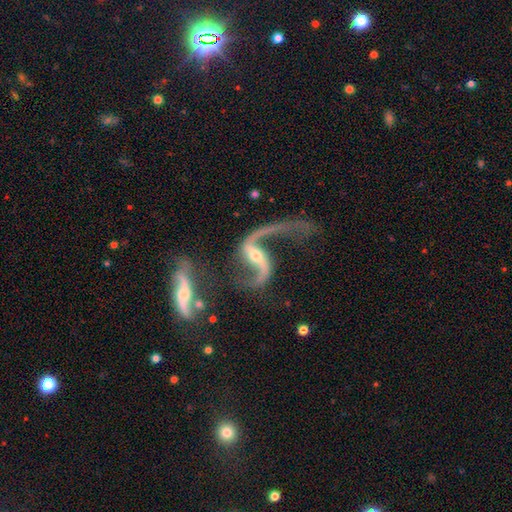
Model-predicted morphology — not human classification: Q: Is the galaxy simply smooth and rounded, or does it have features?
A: featured or disk — 90%.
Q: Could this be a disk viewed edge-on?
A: no — 94%.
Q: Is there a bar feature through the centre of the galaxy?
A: strong — 39%.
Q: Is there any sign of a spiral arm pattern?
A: yes — 94%.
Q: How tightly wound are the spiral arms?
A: loose — 88%.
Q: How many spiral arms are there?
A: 2 — 88%.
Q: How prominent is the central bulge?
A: small — 51%.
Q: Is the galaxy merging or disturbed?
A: none — 42%.